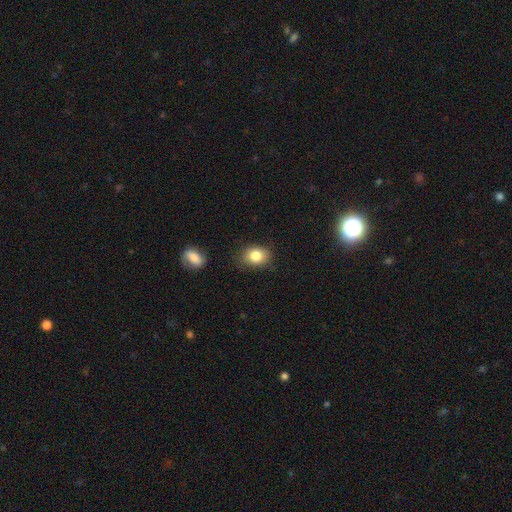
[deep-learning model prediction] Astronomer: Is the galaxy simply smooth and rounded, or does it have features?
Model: smooth — 84%.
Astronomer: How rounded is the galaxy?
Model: in between — 62%.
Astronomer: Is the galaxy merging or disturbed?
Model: none — 77%.